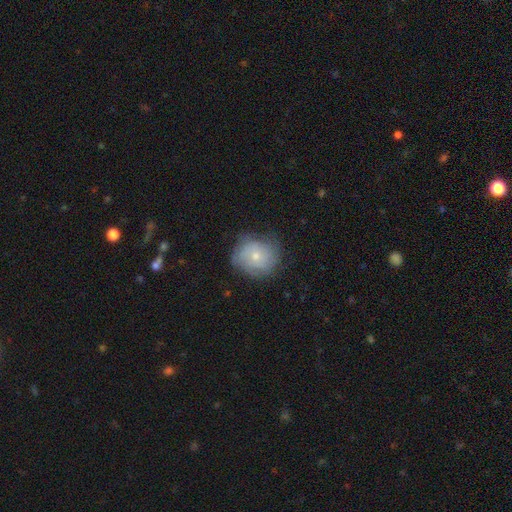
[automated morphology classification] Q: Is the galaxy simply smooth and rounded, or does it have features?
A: smooth — 49%.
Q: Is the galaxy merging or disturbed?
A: none — 66%.